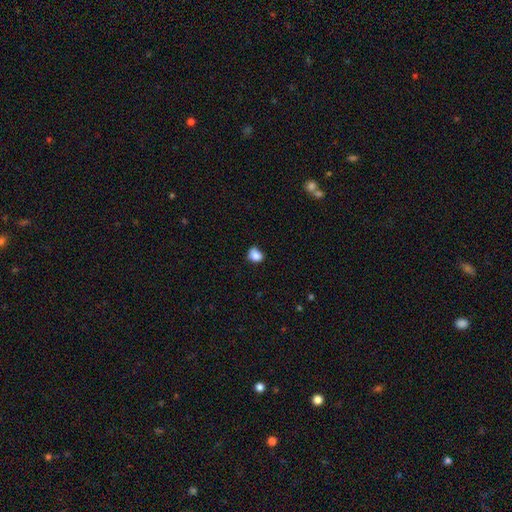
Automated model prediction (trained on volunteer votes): Smooth or featured: smooth — 85% (star or artifact — 10%)
How rounded: round — 54% (in between — 45%)
Merging: none — 63% (minor disturbance — 29%)